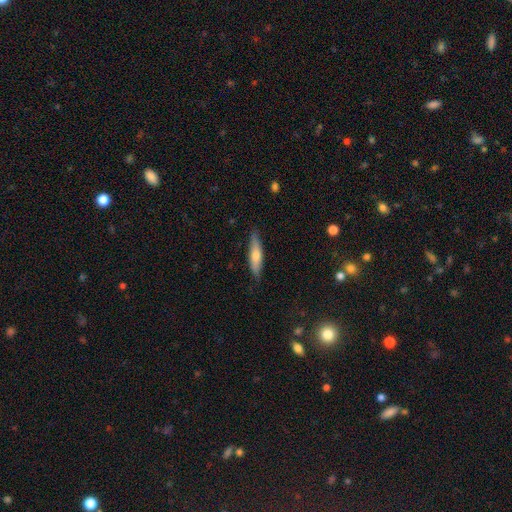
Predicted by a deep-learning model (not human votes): Smooth or featured? Predicted: smooth (p=0.51). How rounded? Predicted: cigar-shaped (p=0.80). Merging? Predicted: none (p=0.85).